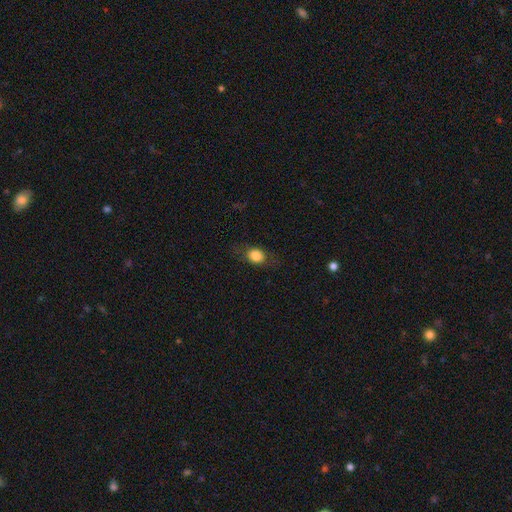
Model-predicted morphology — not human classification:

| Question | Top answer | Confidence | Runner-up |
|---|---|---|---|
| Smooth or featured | smooth | 81% | featured or disk (10%) |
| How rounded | in between | 49% | round (48%) |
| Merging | none | 75% | minor disturbance (17%) |